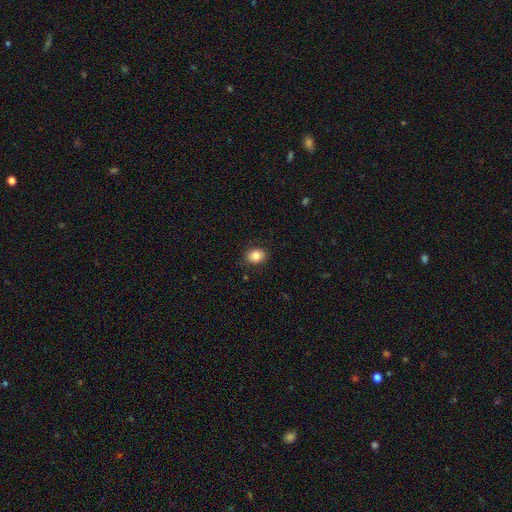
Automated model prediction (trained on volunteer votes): Smooth or featured? smooth (82%)
How rounded? round (50%)
Merging? none (86%)